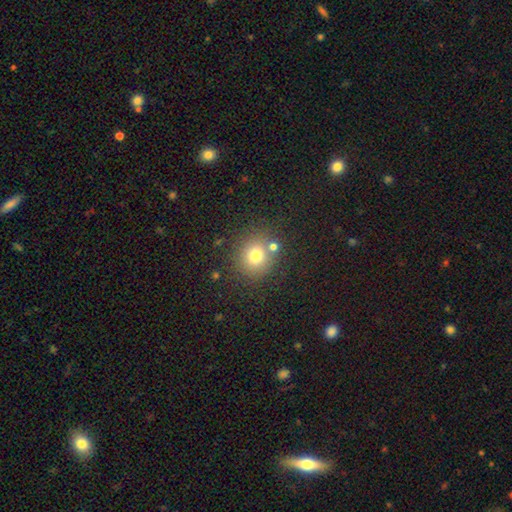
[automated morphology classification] A smooth galaxy with no disk features (75%) that is round (87%).

Vote fractions:
- Smooth or featured? smooth: 75% / star or artifact: 15% / featured or disk: 10%
- How rounded? round: 87% / in between: 12% / cigar-shaped: 1%
- Merging? none: 76% / merger: 11% / minor disturbance: 9% / major disturbance: 4%